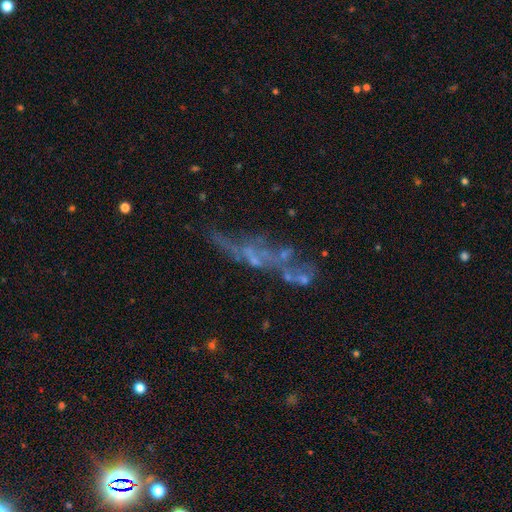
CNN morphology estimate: type=featured or disk (61%); edge-on=no (81%); merging=none (42%).